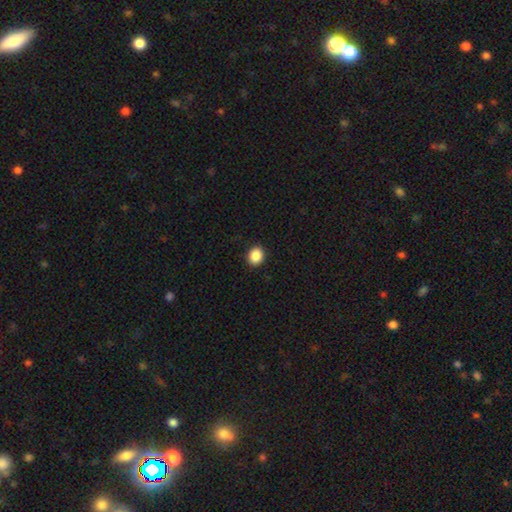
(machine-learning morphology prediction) Smooth or featured? Predicted: smooth (p=0.88). How rounded? Predicted: round (p=0.67). Merging? Predicted: none (p=0.91).